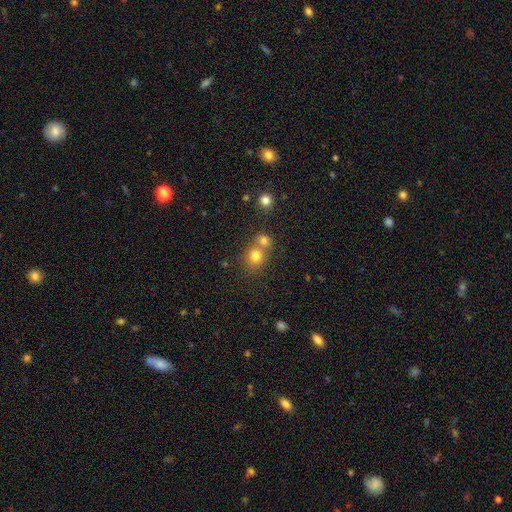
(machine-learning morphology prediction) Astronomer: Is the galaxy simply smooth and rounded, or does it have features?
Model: smooth — 76%.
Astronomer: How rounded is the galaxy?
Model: round — 81%.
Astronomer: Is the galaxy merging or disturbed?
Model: none — 48% (runner-up: merger, 43%).